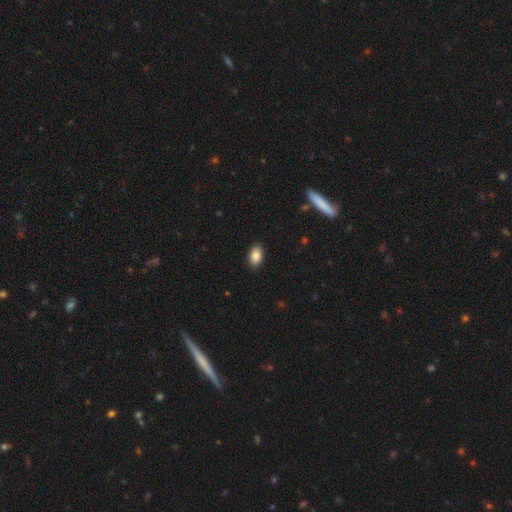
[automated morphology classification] The model was most divided on "how rounded": in between: 87%, round: 12%, cigar-shaped: 1%. More confident: merging — none (89%); smooth or featured — smooth (86%).